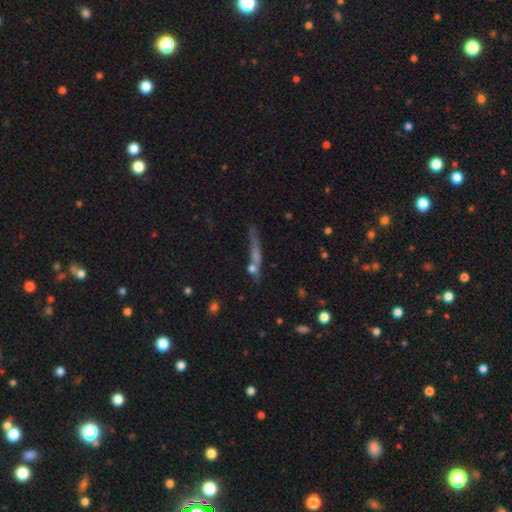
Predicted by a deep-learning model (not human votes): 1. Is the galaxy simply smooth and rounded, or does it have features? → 45% smooth, 36% featured or disk, 19% star or artifact.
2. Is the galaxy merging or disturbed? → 66% none, 15% minor disturbance, 11% merger, 8% major disturbance.